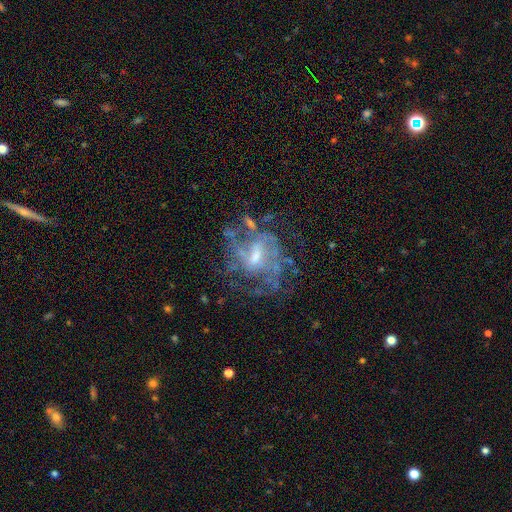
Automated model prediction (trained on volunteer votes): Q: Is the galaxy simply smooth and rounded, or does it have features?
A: featured or disk — 78%.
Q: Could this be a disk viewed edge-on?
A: no — 97%.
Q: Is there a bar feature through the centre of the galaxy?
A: weak — 50%.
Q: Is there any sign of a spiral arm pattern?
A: yes — 70%.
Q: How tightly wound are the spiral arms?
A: medium — 41%.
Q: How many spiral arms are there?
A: can't tell — 48%.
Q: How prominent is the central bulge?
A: moderate — 45%.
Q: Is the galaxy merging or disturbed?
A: none — 54%.